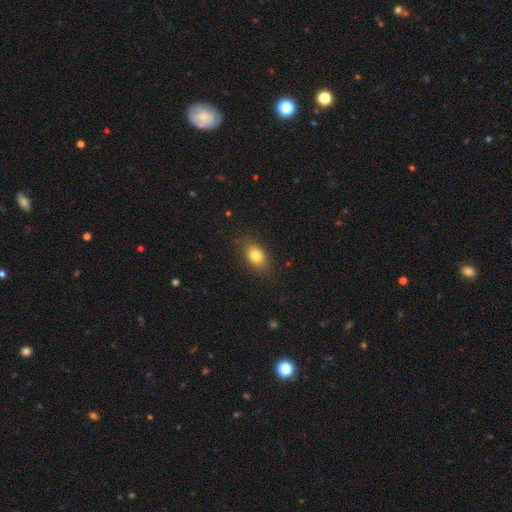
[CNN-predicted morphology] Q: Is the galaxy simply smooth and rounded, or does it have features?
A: smooth — 80%.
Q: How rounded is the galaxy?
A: in between — 75%.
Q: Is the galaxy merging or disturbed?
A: none — 82%.